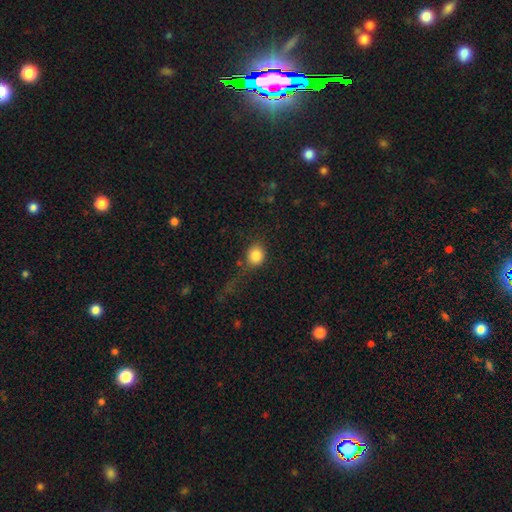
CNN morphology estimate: Smooth or featured? Predicted: smooth (p=0.84). How rounded? Predicted: round (p=0.76). Merging? Predicted: none (p=0.62).